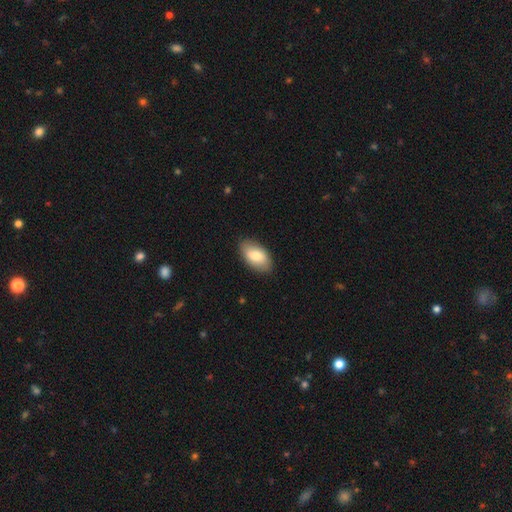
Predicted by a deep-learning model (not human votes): smooth_or_featured: smooth (p=0.78) [alt: featured or disk p=0.16]
how_rounded: in between (p=0.94) [alt: round p=0.04]
merging: none (p=0.86) [alt: minor disturbance p=0.11]